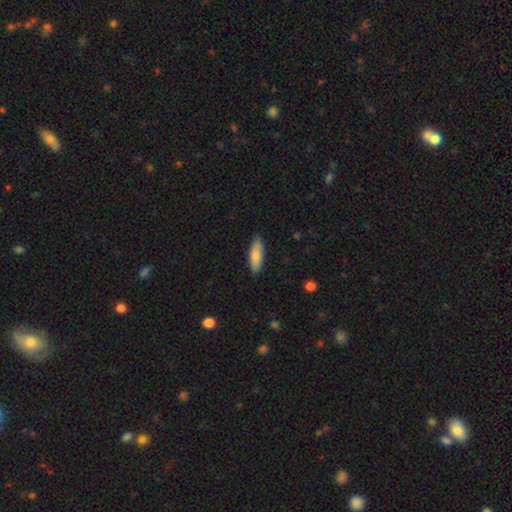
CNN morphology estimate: This appears to be a smooth galaxy with no disk features (82%) that is in between round and cigar-shaped (57%). Merging: none (82%).